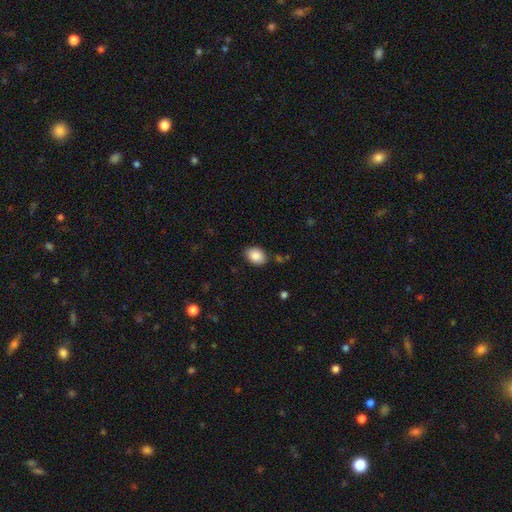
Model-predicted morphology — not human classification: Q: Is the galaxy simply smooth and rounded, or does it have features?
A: smooth — 88%.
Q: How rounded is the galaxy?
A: in between — 77%.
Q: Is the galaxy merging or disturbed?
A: none — 84%.